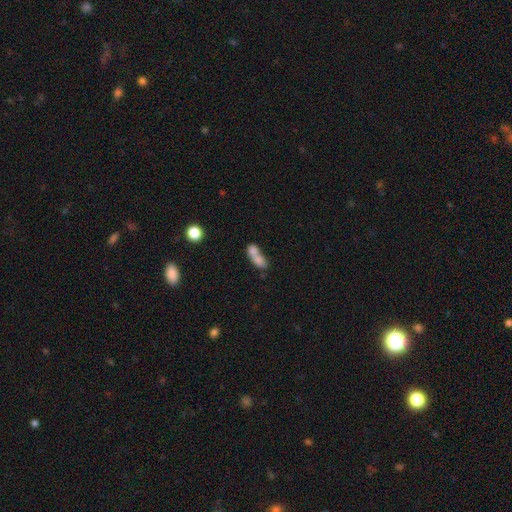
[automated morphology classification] Smooth or featured? smooth (72%)
How rounded? in between (69%)
Merging? merger (64%)